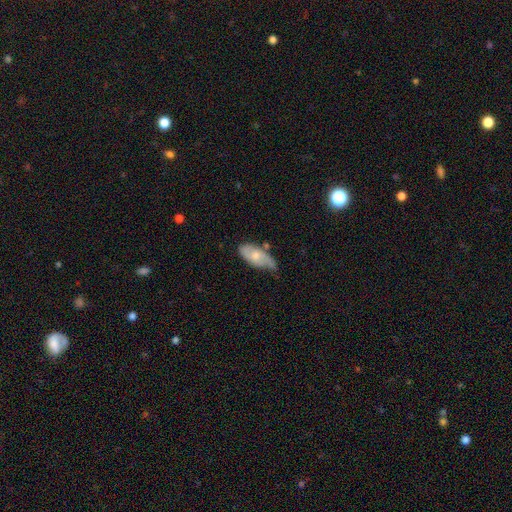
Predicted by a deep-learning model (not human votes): Morphology: type=smooth (49%); merging=none (42%).